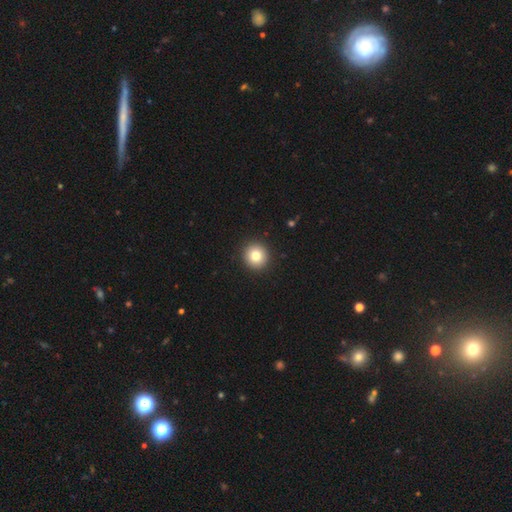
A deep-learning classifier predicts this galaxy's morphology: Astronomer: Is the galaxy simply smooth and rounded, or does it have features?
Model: smooth — 81%.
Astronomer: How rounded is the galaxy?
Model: round — 94%.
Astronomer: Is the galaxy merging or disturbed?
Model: none — 93%.